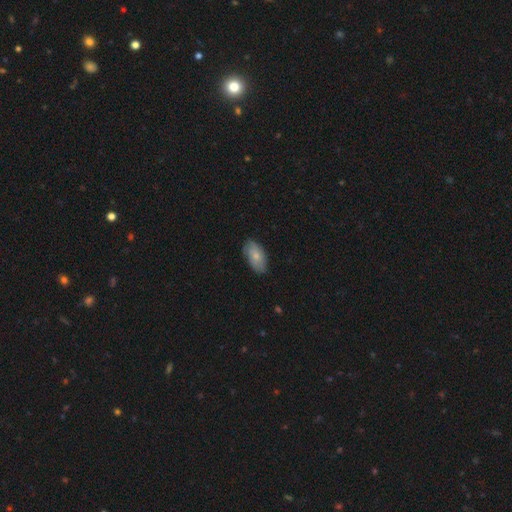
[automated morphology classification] This appears to be a smooth galaxy with no disk features (73%) that is in between round and cigar-shaped (93%). Merging: none (77%).